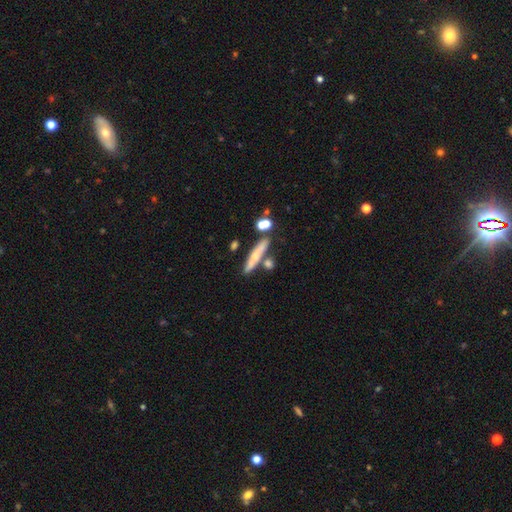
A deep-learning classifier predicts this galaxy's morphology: smooth 55%, featured or disk 36%, star or artifact 9%. Down the decision tree: how rounded — cigar-shaped (82%); merging — none (68%).